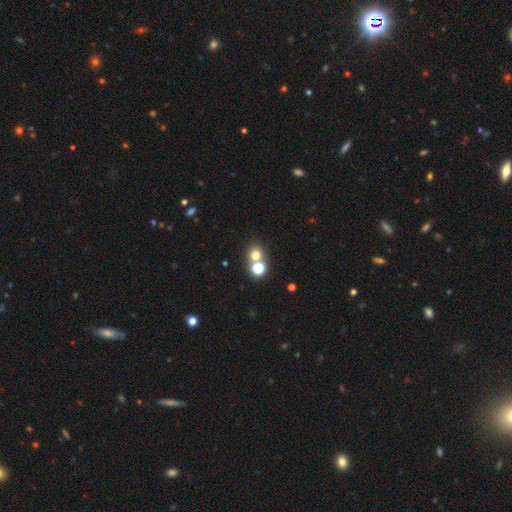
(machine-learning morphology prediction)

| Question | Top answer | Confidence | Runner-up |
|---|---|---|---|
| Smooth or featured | smooth | 70% | star or artifact (21%) |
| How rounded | round | 85% | in between (14%) |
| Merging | none | 58% | merger (32%) |